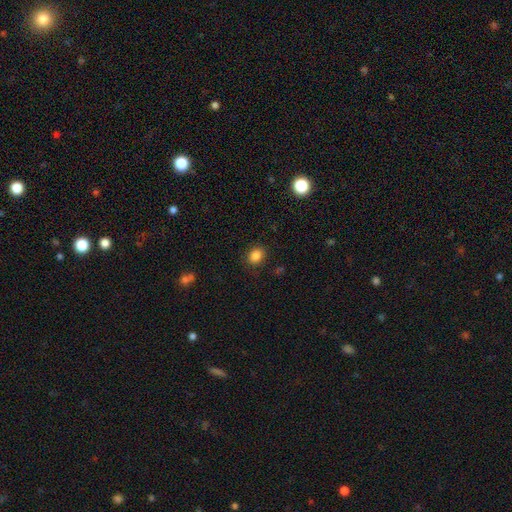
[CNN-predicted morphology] Smooth or featured: smooth — 85% (star or artifact — 11%)
How rounded: round — 50% (in between — 49%)
Merging: none — 87% (minor disturbance — 9%)